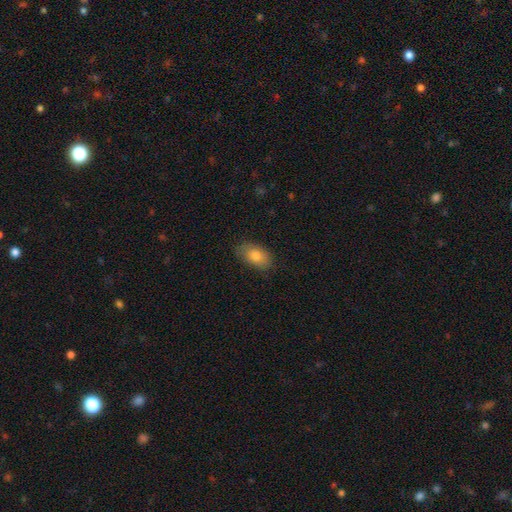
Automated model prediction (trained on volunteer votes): This appears to be a smooth galaxy with no disk features (81%) that is in between round and cigar-shaped (90%). Merging: none (80%).